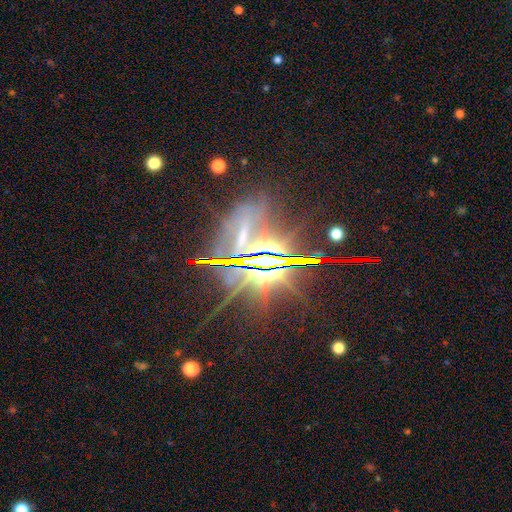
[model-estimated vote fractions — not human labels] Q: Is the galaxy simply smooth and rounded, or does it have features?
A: star or artifact — 78%.